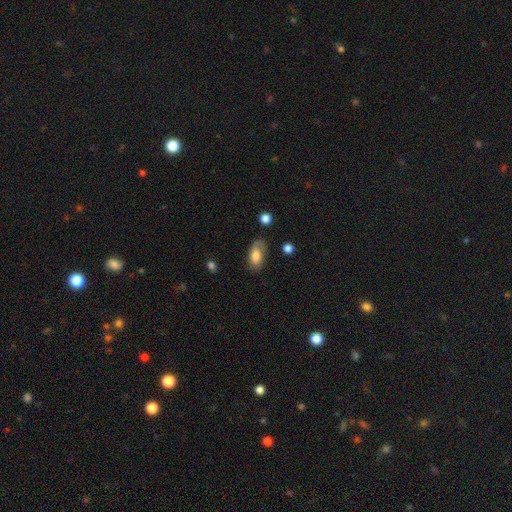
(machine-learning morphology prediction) Smooth or featured?
  - smooth: 72% *
  - featured or disk: 20%
  - star or artifact: 7%
How rounded?
  - in between: 91% *
  - cigar-shaped: 5%
  - round: 4%
Merging?
  - none: 68% *
  - minor disturbance: 23%
  - major disturbance: 7%
  - merger: 2%